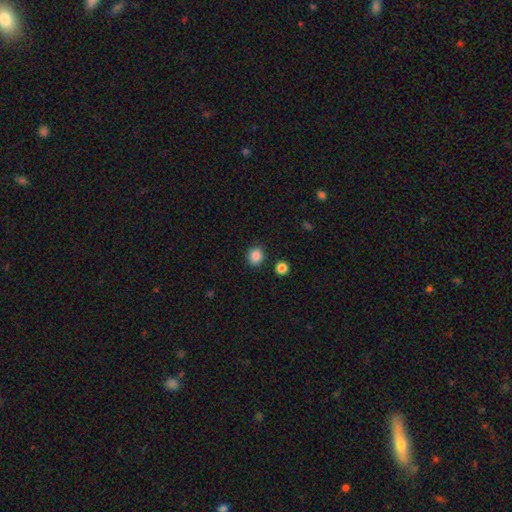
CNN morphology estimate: The model was most divided on "how rounded": round: 70%, in between: 29%, cigar-shaped: 1%. More confident: smooth or featured — smooth (87%); merging — none (87%).